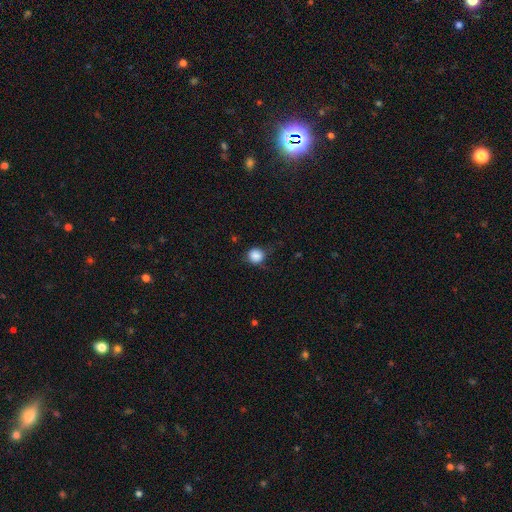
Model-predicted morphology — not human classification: Smooth or featured?
  - smooth: 87% *
  - star or artifact: 10%
  - featured or disk: 4%
How rounded?
  - round: 89% *
  - in between: 10%
  - cigar-shaped: 1%
Merging?
  - none: 72% *
  - minor disturbance: 21%
  - major disturbance: 6%
  - merger: 1%